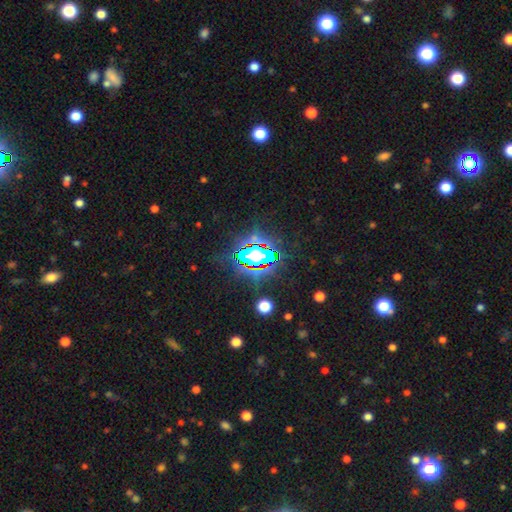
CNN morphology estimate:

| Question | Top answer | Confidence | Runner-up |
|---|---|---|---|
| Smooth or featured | star or artifact | 66% | smooth (21%) |